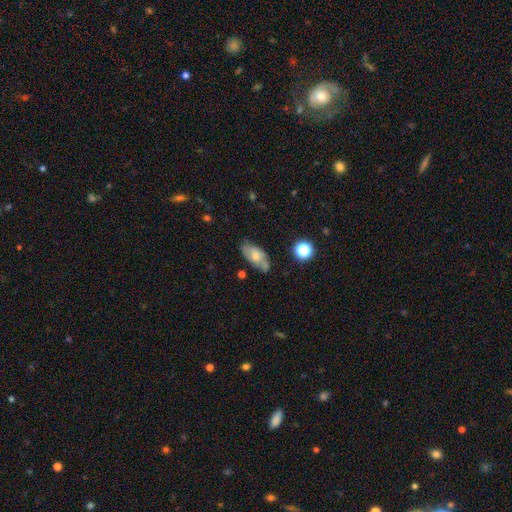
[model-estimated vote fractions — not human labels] Smooth or featured?
  - smooth: 54% *
  - featured or disk: 38%
  - star or artifact: 9%
How rounded?
  - in between: 87% *
  - cigar-shaped: 7%
  - round: 5%
Merging?
  - none: 62% *
  - minor disturbance: 25%
  - major disturbance: 7%
  - merger: 6%